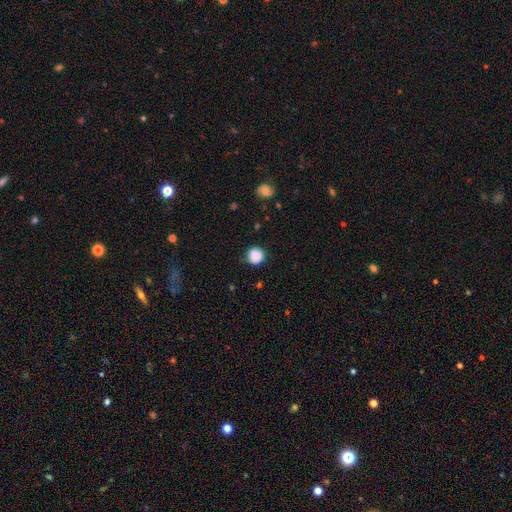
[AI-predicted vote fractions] Morphology: type=smooth (85%); roundness=round (90%); merging=none (77%).